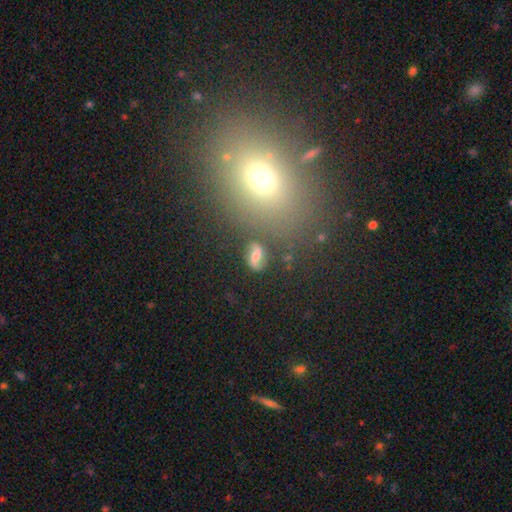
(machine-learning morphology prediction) smooth-or-featured: featured or disk: 54% | smooth: 33% | star or artifact: 13%
  disk-edge-on: no: 94% | yes: 6%
    bar: weak: 39% | strong: 36% | no: 25%
    has-spiral-arms: yes: 78% | no: 22%
    bulge-size: moderate: 45% | small: 28% | none: 14% | large: 11% | dominant: 3%
  merging: none: 71% | minor disturbance: 15% | major disturbance: 8% | merger: 5%